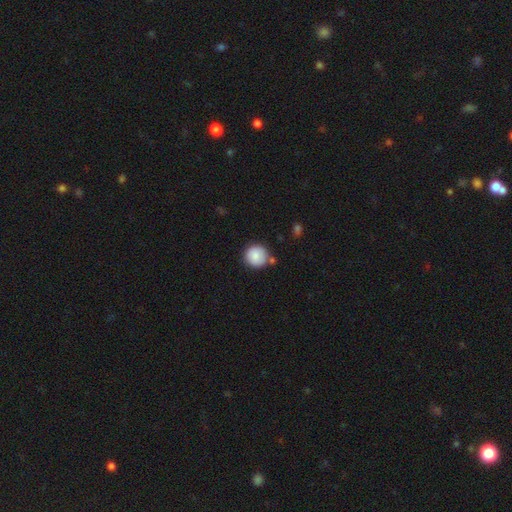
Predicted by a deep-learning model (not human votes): smooth_or_featured: smooth (p=0.87) [alt: star or artifact p=0.07]
how_rounded: round (p=0.94) [alt: in between p=0.05]
merging: none (p=0.79) [alt: minor disturbance p=0.11]